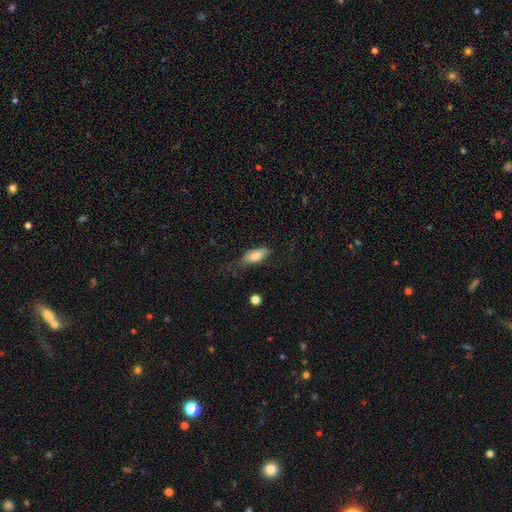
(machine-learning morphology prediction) Smooth or featured? smooth (80%)
How rounded? in between (79%)
Merging? none (59%)